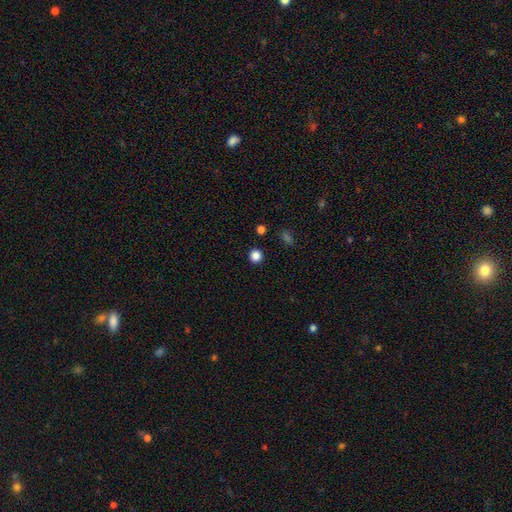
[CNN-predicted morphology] The model was most divided on "smooth or featured": smooth: 84%, star or artifact: 12%, featured or disk: 3%. More confident: how rounded — round (95%); merging — none (93%).